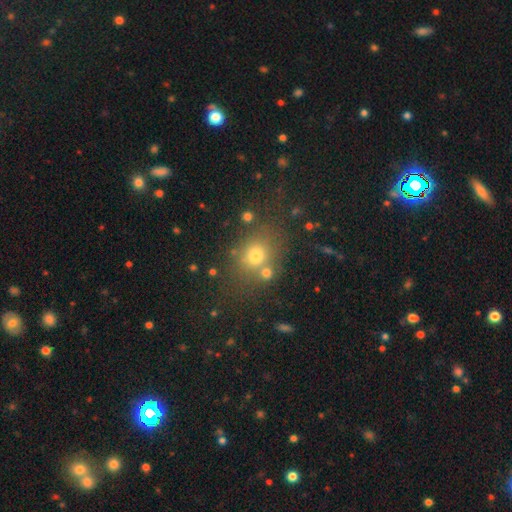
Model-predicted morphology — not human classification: This is likely a smooth galaxy (70%). How rounded: likely round (68%). Merging: likely none (66%).